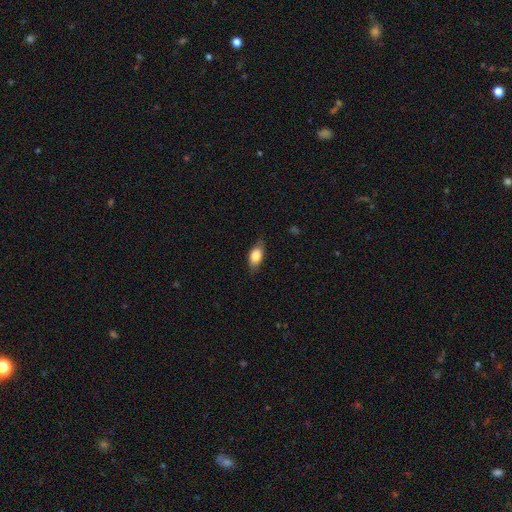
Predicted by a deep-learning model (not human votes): smooth 79%, featured or disk 14%, star or artifact 7%. Down the decision tree: how rounded — in between (86%); merging — none (78%).